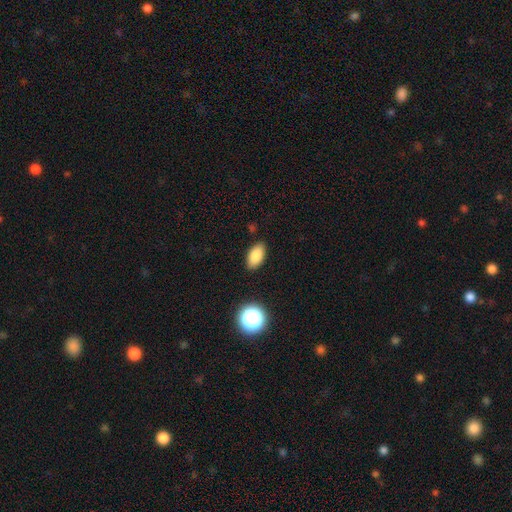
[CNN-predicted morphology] Smooth or featured? Predicted: smooth (p=0.85). How rounded? Predicted: in between (p=0.92). Merging? Predicted: none (p=0.86).